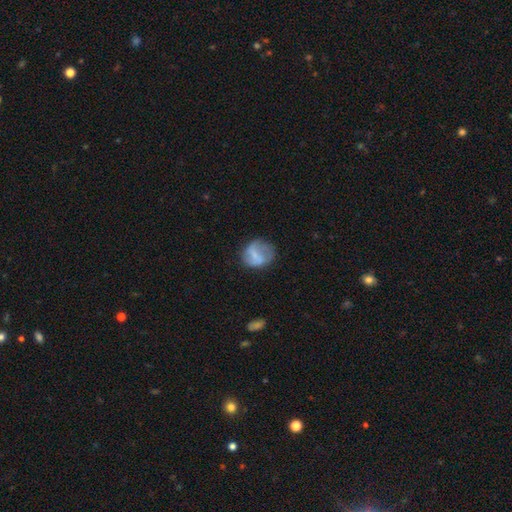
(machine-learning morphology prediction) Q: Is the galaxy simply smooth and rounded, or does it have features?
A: smooth — 54%.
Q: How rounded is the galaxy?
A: round — 65%.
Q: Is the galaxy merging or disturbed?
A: none — 54%.